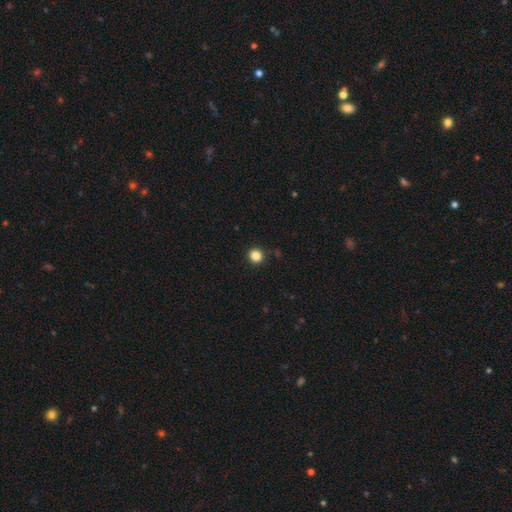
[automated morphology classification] type=smooth (85%); roundness=round (93%); merging=none (93%).